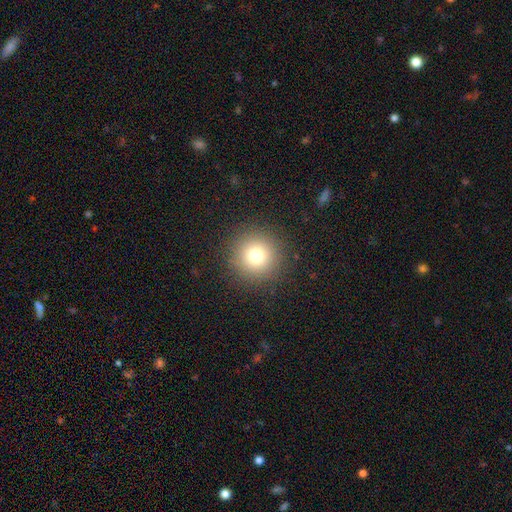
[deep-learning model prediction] Smooth or featured: smooth — 76% (star or artifact — 15%)
How rounded: round — 96% (in between — 3%)
Merging: none — 91% (minor disturbance — 5%)